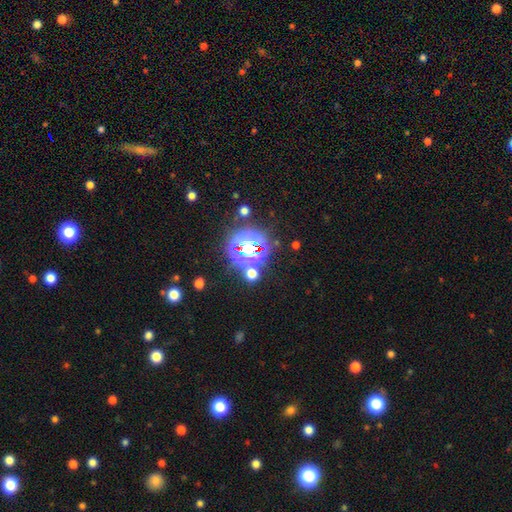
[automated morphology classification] star or artifact 68%, smooth 21%, featured or disk 11%.